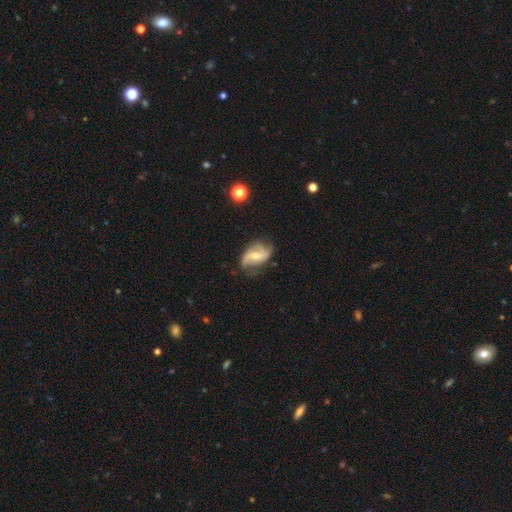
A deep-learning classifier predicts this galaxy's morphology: Smooth or featured?
  - featured or disk: 75% *
  - smooth: 18%
  - star or artifact: 7%
Edge-on disk?
  - no: 96% *
  - yes: 4%
Bar?
  - weak: 41% *
  - strong: 33%
  - no: 26%
Spiral arms?
  - yes: 90% *
  - no: 10%
Spiral winding?
  - loose: 69% *
  - medium: 23%
  - tight: 8%
Spiral arm count?
  - 2: 86% *
  - can't tell: 6%
  - 1: 4%
  - 3: 2%
  - 4: 1%
  - more than 4: 1%
Bulge size?
  - moderate: 47% *
  - small: 44%
  - none: 5%
  - large: 3%
  - dominant: 1%
Merging?
  - none: 62% *
  - minor disturbance: 25%
  - major disturbance: 11%
  - merger: 2%